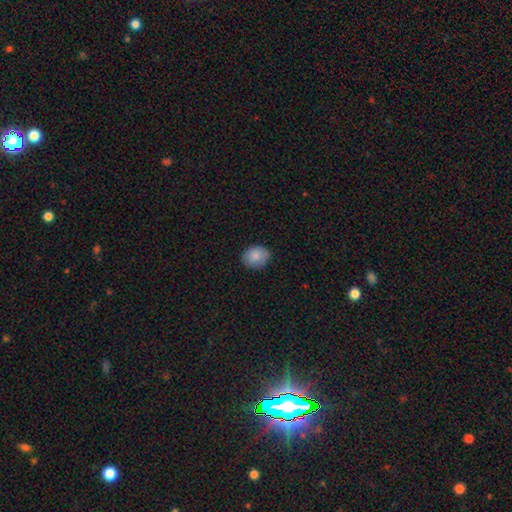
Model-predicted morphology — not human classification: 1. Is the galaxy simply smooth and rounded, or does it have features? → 86% smooth, 8% star or artifact, 6% featured or disk.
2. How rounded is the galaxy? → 57% round, 42% in between, 1% cigar-shaped.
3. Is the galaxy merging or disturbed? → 83% none, 13% minor disturbance, 2% major disturbance, 1% merger.